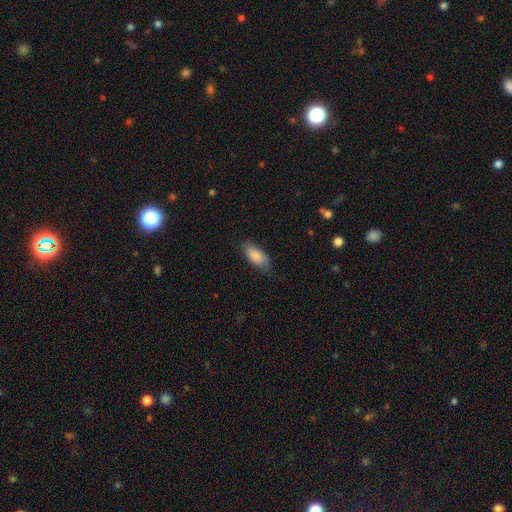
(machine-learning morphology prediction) A smooth galaxy with no disk features (86%) that is in between round and cigar-shaped (86%). Merging: none (72%).